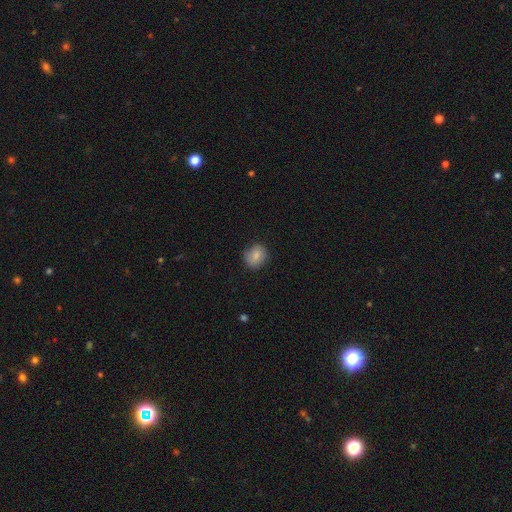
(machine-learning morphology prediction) Smooth or featured? smooth (83%)
How rounded? round (72%)
Merging? none (80%)